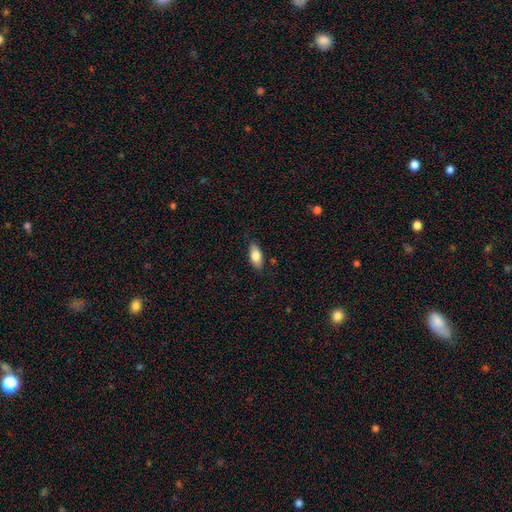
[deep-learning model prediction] This is clearly a smooth galaxy (81%). How rounded: clearly in between (86%). Merging: clearly none (84%).